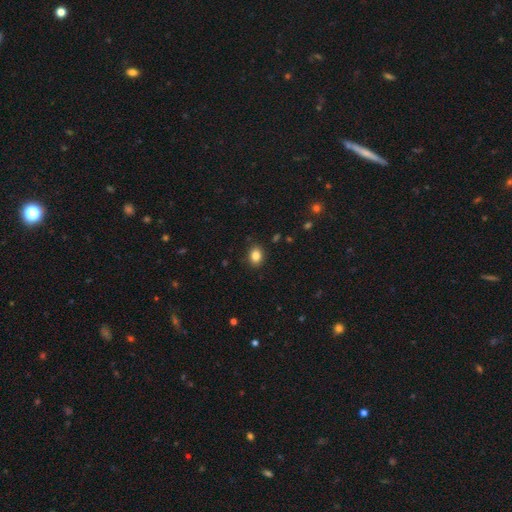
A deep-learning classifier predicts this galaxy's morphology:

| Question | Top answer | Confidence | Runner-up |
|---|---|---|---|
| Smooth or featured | smooth | 85% | star or artifact (10%) |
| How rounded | in between | 61% | round (38%) |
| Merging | none | 88% | minor disturbance (9%) |